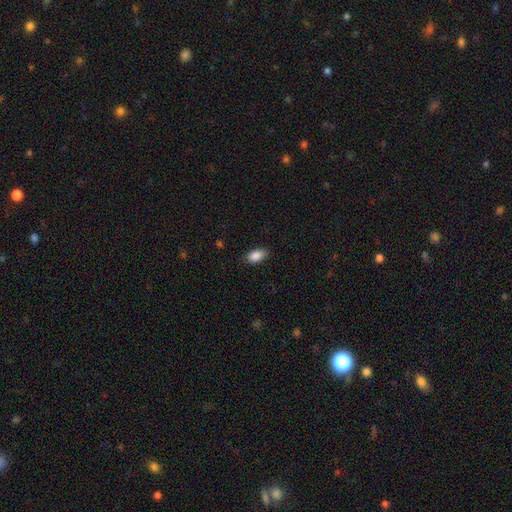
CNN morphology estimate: Overall: smooth (88%). How rounded: in between (92%). Merging: none (82%).